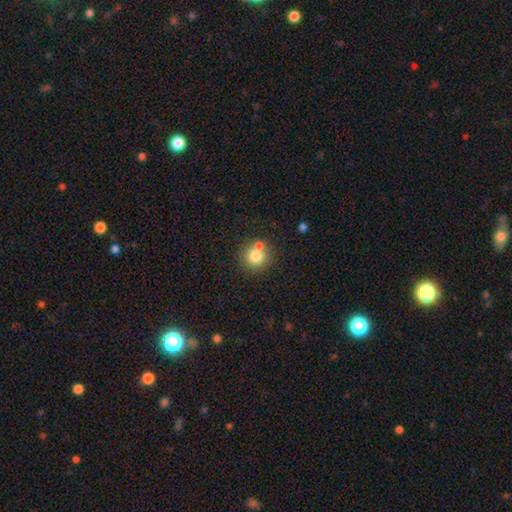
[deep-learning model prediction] Smooth or featured?
  - smooth: 77% *
  - star or artifact: 11%
  - featured or disk: 11%
How rounded?
  - round: 91% *
  - in between: 8%
  - cigar-shaped: 1%
Merging?
  - none: 63% *
  - merger: 26%
  - minor disturbance: 8%
  - major disturbance: 3%